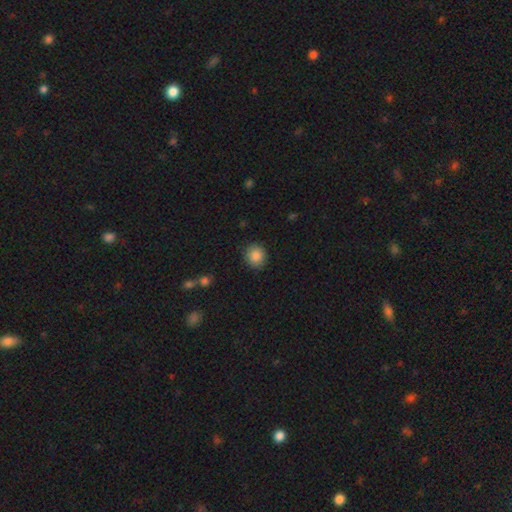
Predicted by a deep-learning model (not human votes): smooth-or-featured: smooth: 87% | star or artifact: 8% | featured or disk: 4%
  how-rounded: round: 83% | in between: 16% | cigar-shaped: 1%
  merging: none: 90% | minor disturbance: 7% | major disturbance: 2% | merger: 1%